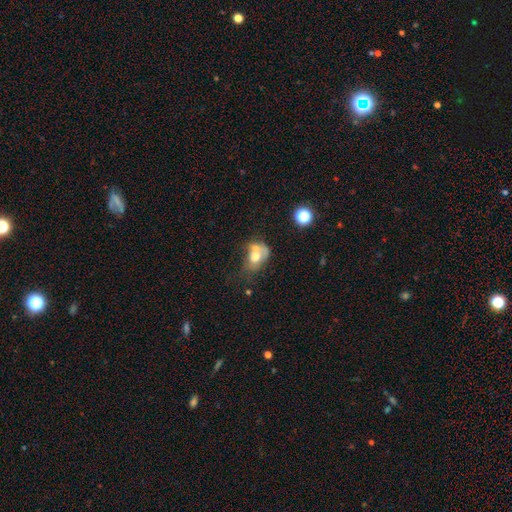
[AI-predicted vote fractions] Smooth or featured?
  - smooth: 62% *
  - featured or disk: 28%
  - star or artifact: 10%
How rounded?
  - in between: 61% *
  - round: 38%
  - cigar-shaped: 1%
Merging?
  - merger: 47% *
  - none: 20%
  - major disturbance: 17%
  - minor disturbance: 16%